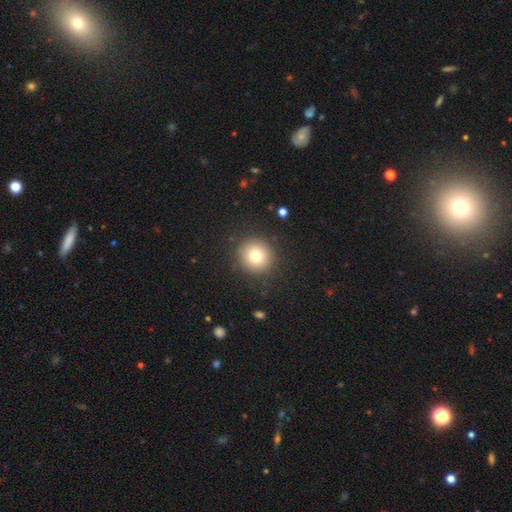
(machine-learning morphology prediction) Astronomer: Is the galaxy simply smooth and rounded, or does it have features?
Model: smooth — 77%.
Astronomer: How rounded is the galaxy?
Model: round — 93%.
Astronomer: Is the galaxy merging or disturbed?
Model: none — 89%.